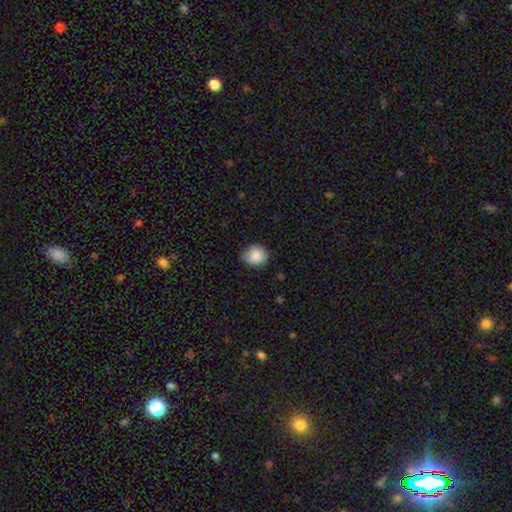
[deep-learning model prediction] Smooth or featured: smooth — 87% (star or artifact — 8%)
How rounded: round — 81% (in between — 18%)
Merging: none — 78% (minor disturbance — 19%)